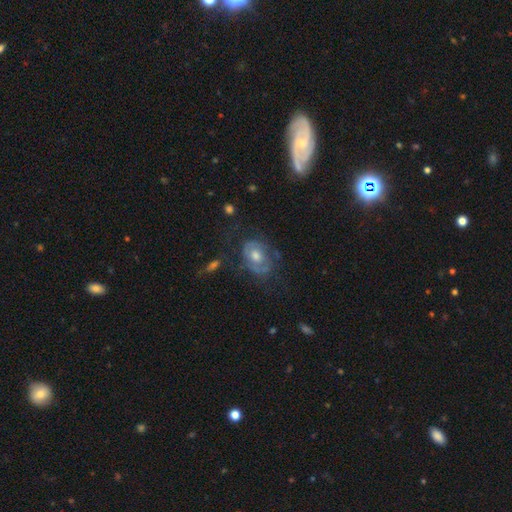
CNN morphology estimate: A featured or disk galaxy (61%) with no bar (78%), spiral arms (57%) and a moderate central bulge (69%).

Vote fractions:
- Smooth or featured? featured or disk: 61% / smooth: 28% / star or artifact: 11%
- Edge-on disk? no: 95% / yes: 5%
- Bar? no: 78% / weak: 18% / strong: 4%
- Spiral arms? yes: 57% / no: 43%
- Bulge size? moderate: 69% / small: 20% / large: 8% / none: 2% / dominant: 1%
- Merging? none: 59% / minor disturbance: 21% / major disturbance: 17% / merger: 3%